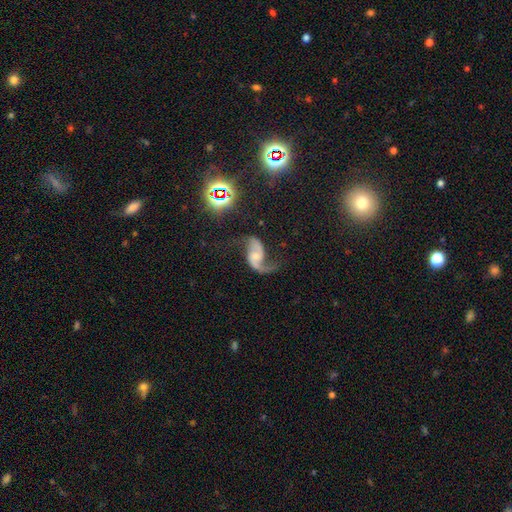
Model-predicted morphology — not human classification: Smooth or featured?
  - featured or disk: 86% *
  - smooth: 7%
  - star or artifact: 6%
Edge-on disk?
  - no: 97% *
  - yes: 3%
Bar?
  - no: 57% *
  - weak: 32%
  - strong: 10%
Spiral arms?
  - yes: 95% *
  - no: 5%
Spiral winding?
  - loose: 79% *
  - medium: 17%
  - tight: 4%
Spiral arm count?
  - 2: 85% *
  - 1: 11%
  - can't tell: 2%
  - 3: 1%
  - 4: 1%
  - more than 4: 1%
Bulge size?
  - small: 48% *
  - moderate: 38%
  - none: 9%
  - large: 4%
  - dominant: 2%
Merging?
  - none: 55% *
  - major disturbance: 22%
  - minor disturbance: 18%
  - merger: 5%